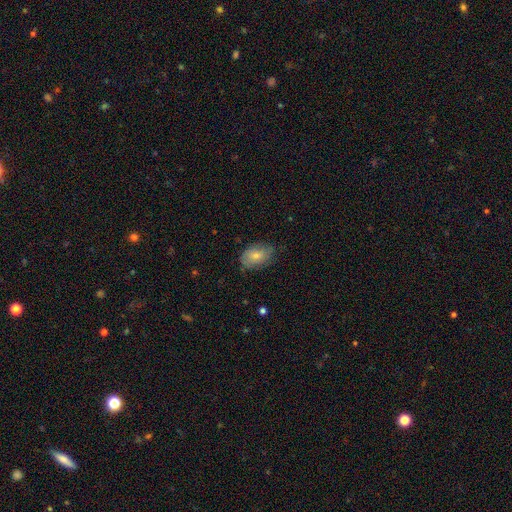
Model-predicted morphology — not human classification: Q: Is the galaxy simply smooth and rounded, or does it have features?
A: smooth — 71%.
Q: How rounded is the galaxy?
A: in between — 86%.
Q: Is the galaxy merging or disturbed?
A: none — 70%.